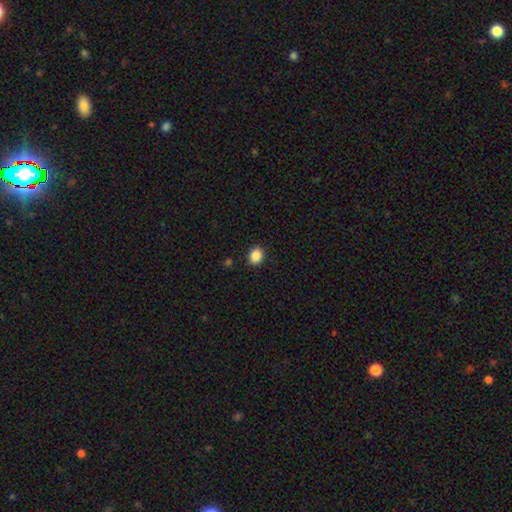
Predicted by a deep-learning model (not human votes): Morphology: type=smooth (88%); roundness=in between (51%); merging=none (90%).